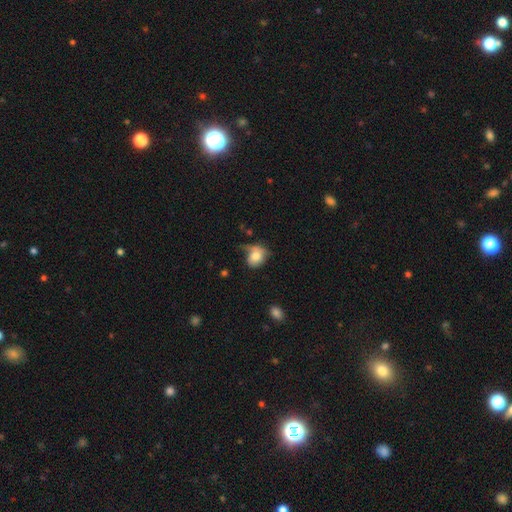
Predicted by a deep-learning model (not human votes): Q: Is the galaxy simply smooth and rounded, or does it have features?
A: smooth — 73%.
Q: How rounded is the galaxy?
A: round — 54%.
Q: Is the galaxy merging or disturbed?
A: none — 39%.